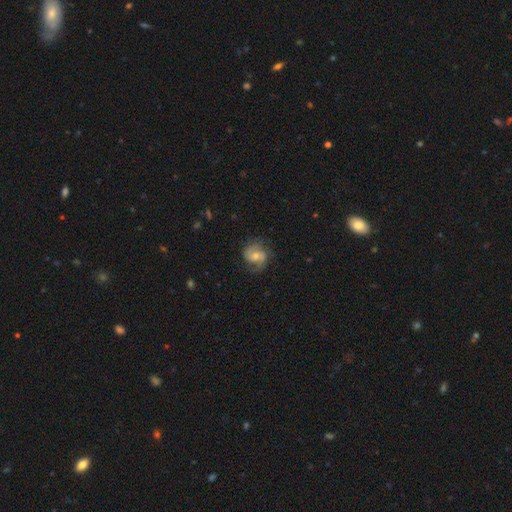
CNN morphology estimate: Overall: featured or disk (78%). Edge-on disk: no (98%). Bar: no (46%; weak 42%). Spiral arms: yes (95%). Spiral arm count: 2 (86%). Spiral winding: medium (52%; loose 25%). Bulge size: moderate (51%; small 41%). Merging: none (72%).